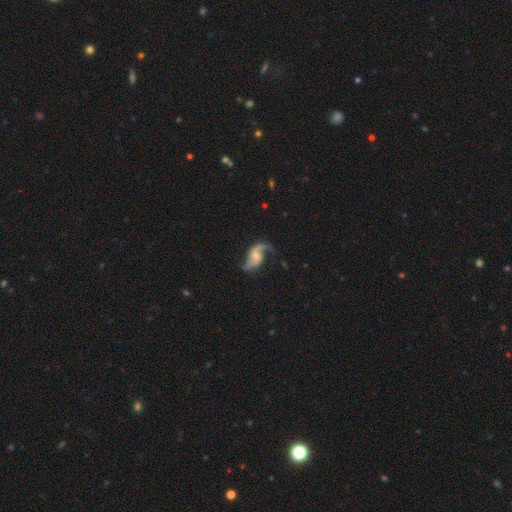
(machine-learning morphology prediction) Smooth or featured: featured or disk — 85% (smooth — 9%)
Edge-on disk: no — 97% (yes — 3%)
Bar: no — 48% (weak — 39%)
Spiral arms: yes — 95% (no — 5%)
Spiral winding: loose — 73% (medium — 22%)
Spiral arm count: 2 — 87% (1 — 8%)
Bulge size: small — 48% (moderate — 43%)
Merging: none — 64% (minor disturbance — 19%)